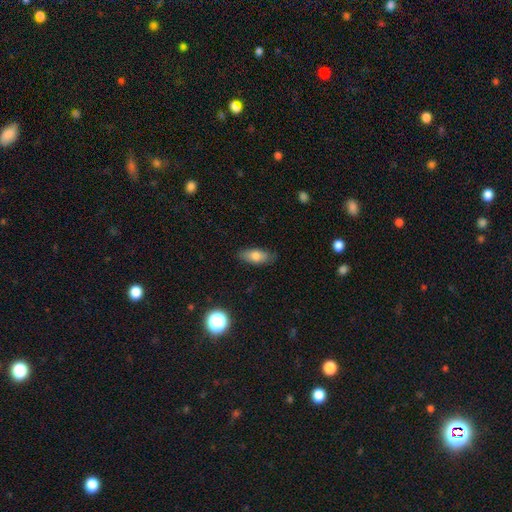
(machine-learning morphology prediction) smooth_or_featured: smooth (p=0.75) [alt: featured or disk p=0.16]
how_rounded: in between (p=0.80) [alt: cigar-shaped p=0.16]
merging: none (p=0.83) [alt: minor disturbance p=0.13]